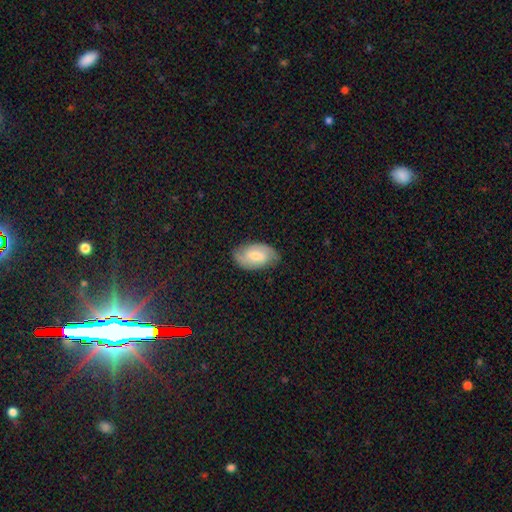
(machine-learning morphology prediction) This appears to be a smooth galaxy with no disk features (49%). Merging: none (78%).